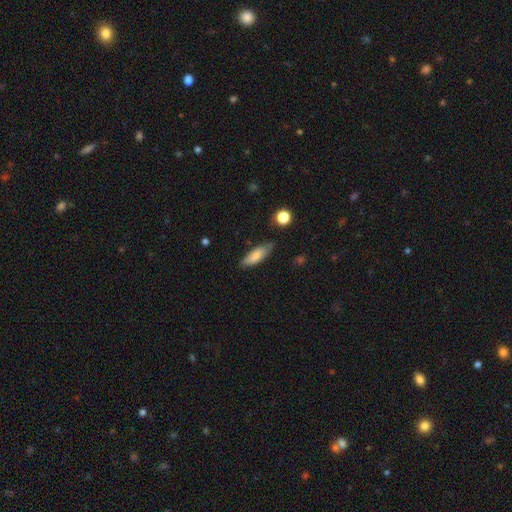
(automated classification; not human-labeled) Smooth or featured? smooth (78%)
How rounded? in between (60%)
Merging? none (72%)